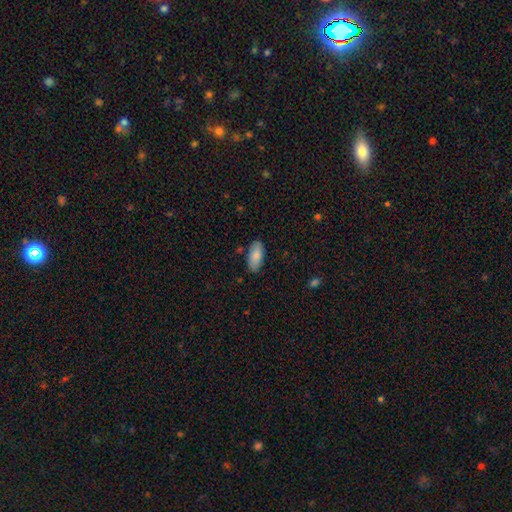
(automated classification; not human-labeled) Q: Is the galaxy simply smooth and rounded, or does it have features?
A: smooth — 84%.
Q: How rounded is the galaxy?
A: in between — 91%.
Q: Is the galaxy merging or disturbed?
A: none — 84%.